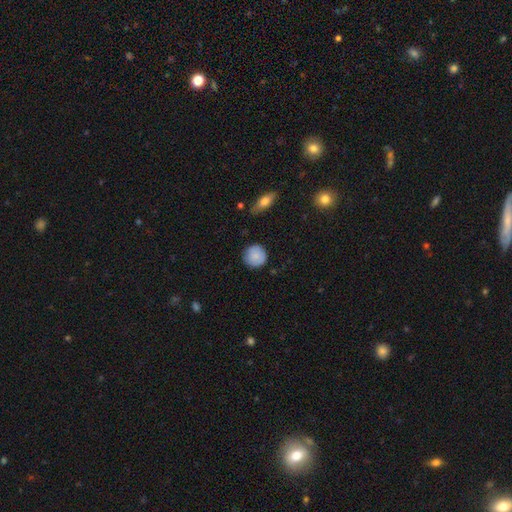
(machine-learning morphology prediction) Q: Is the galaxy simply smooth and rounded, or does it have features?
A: smooth — 86%.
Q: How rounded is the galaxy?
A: round — 93%.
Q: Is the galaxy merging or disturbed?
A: none — 84%.